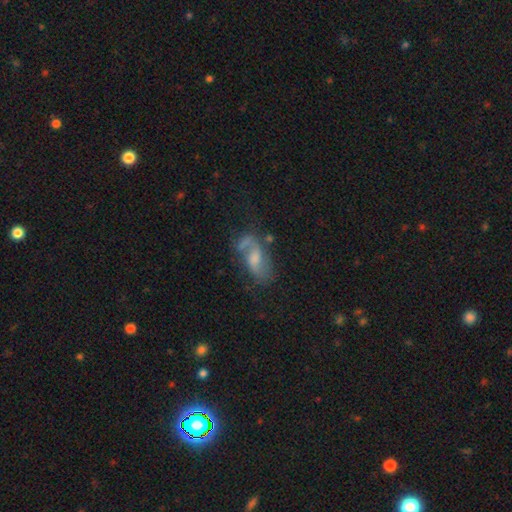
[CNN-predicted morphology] Smooth or featured?
  - featured or disk: 64% *
  - smooth: 25%
  - star or artifact: 10%
Edge-on disk?
  - no: 94% *
  - yes: 6%
Bar?
  - weak: 45% *
  - no: 44%
  - strong: 11%
Spiral arms?
  - yes: 83% *
  - no: 17%
Spiral winding?
  - loose: 48% *
  - medium: 39%
  - tight: 13%
Spiral arm count?
  - 2: 70% *
  - 1: 17%
  - can't tell: 10%
  - 3: 1%
  - 4: 1%
  - more than 4: 1%
Bulge size?
  - moderate: 42% *
  - small: 28%
  - none: 16%
  - large: 12%
  - dominant: 2%
Merging?
  - none: 49% *
  - minor disturbance: 23%
  - major disturbance: 19%
  - merger: 9%